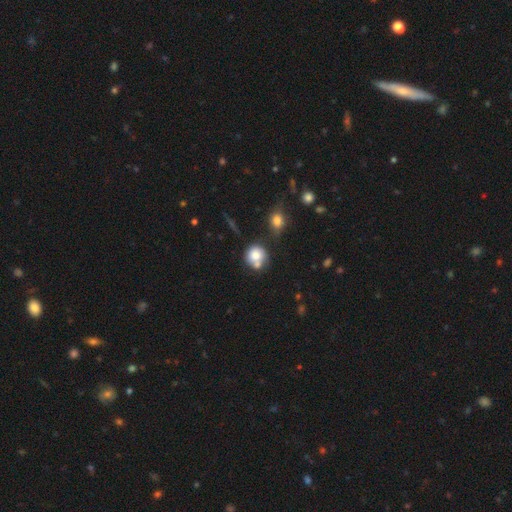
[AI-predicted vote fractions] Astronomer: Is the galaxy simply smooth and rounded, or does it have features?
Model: smooth — 76%.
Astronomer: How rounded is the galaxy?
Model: round — 85%.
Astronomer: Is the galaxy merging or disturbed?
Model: none — 47% (runner-up: merger, 33%).